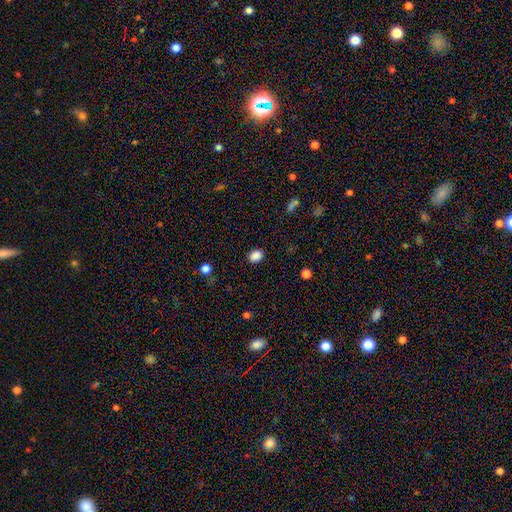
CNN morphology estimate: The model was most divided on "how rounded": in between: 57%, round: 42%, cigar-shaped: 1%. More confident: merging — none (88%); smooth or featured — smooth (87%).